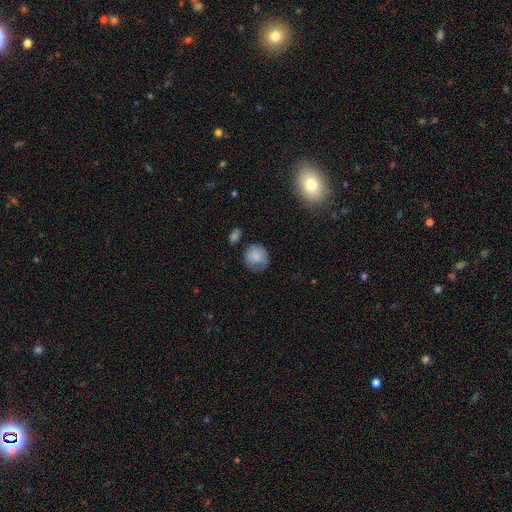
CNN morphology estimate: smooth-or-featured: smooth: 80% | featured or disk: 12% | star or artifact: 9%
  how-rounded: round: 81% | in between: 18% | cigar-shaped: 1%
  merging: none: 62% | minor disturbance: 26% | major disturbance: 9% | merger: 3%